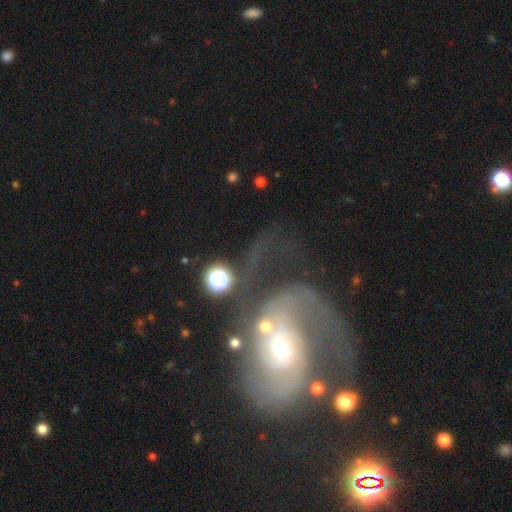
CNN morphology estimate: Smooth or featured? Predicted: featured or disk (p=0.84). Edge-on disk? Predicted: no (p=0.97). Bar? Predicted: no (p=0.57). Spiral arms? Predicted: yes (p=0.94). Spiral winding? Predicted: medium (p=0.45). Spiral arm count? Predicted: 2 (p=0.61). Bulge size? Predicted: small (p=0.57). Merging? Predicted: none (p=0.44).